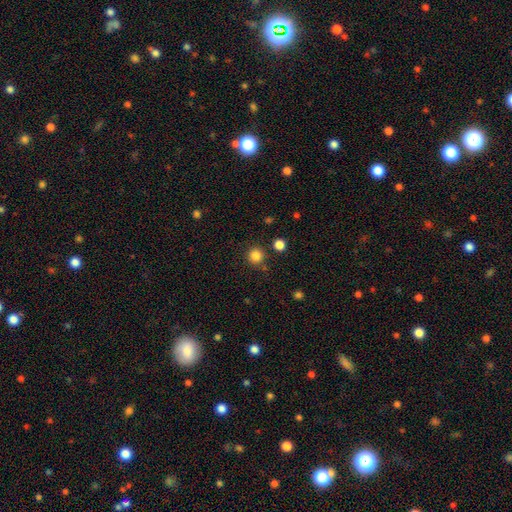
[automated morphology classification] Smooth or featured? smooth (84%)
How rounded? round (95%)
Merging? none (86%)